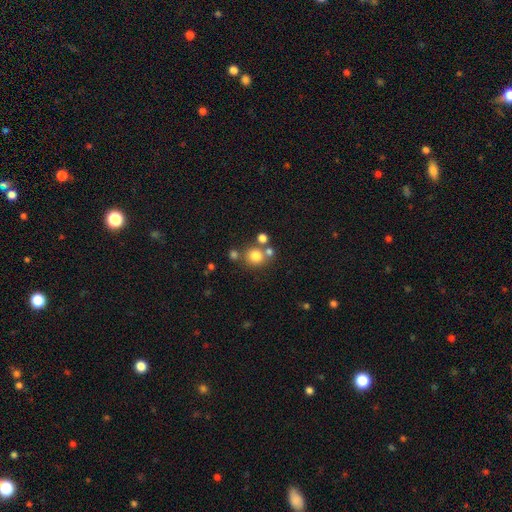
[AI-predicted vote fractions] A smooth galaxy with no disk features (76%) that is round (88%).

Vote fractions:
- Smooth or featured? smooth: 76% / star or artifact: 14% / featured or disk: 9%
- How rounded? round: 88% / in between: 11% / cigar-shaped: 1%
- Merging? none: 65% / merger: 22% / minor disturbance: 9% / major disturbance: 4%